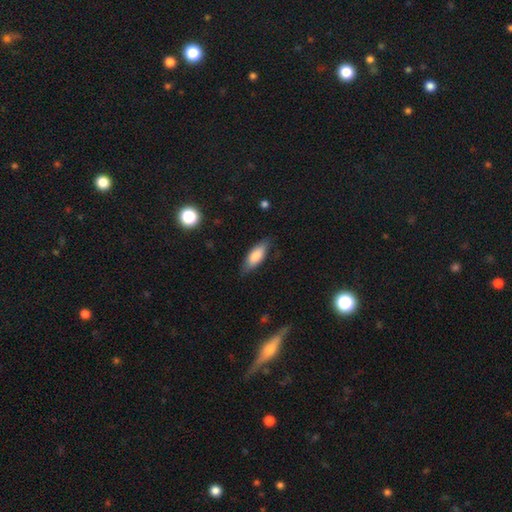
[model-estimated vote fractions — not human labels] Overall: smooth (78%). How rounded: in between (71%). Merging: none (78%).